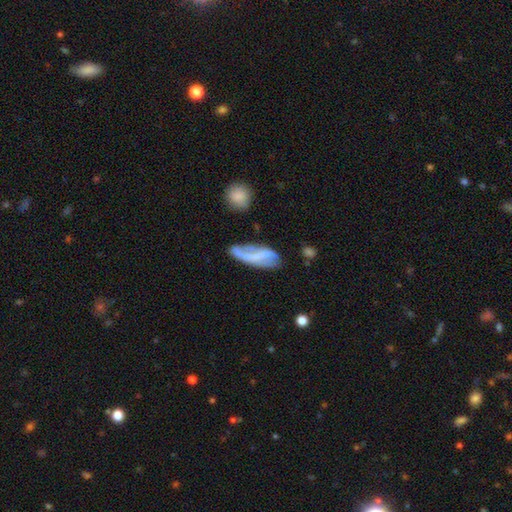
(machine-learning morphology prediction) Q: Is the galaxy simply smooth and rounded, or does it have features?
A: featured or disk — 55%.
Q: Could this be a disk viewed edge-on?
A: no — 82%.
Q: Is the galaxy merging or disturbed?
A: none — 48%.